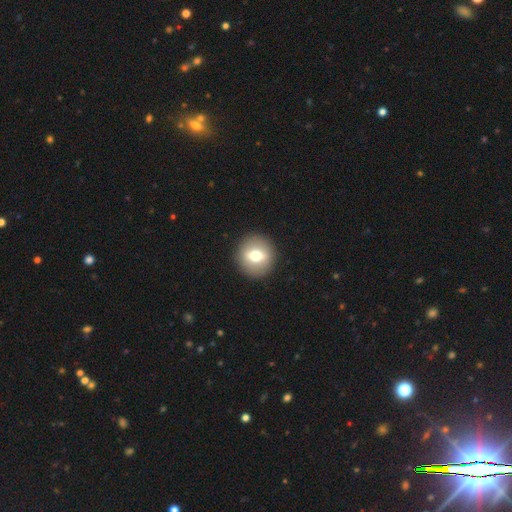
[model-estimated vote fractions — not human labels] This appears to be a smooth galaxy with no disk features (65%) that is round (91%). Merging: none (92%).